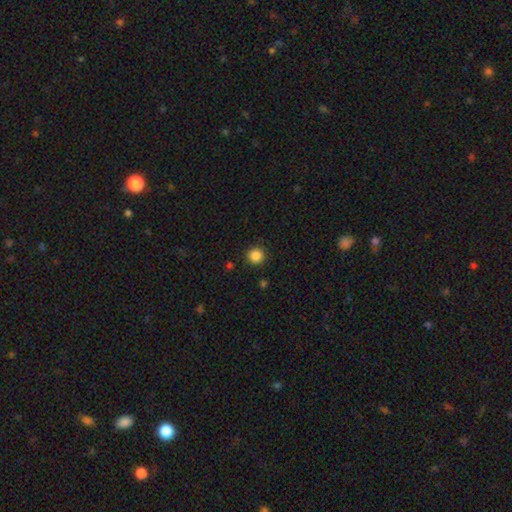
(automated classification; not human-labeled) Morphology: type=smooth (86%); roundness=round (94%); merging=none (90%).